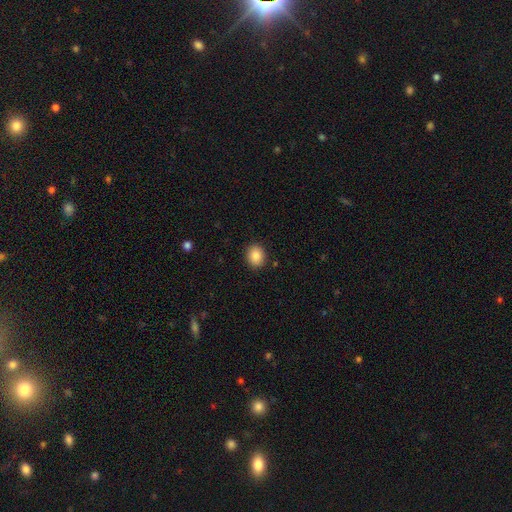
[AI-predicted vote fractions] The model was most divided on "how rounded": round: 57%, in between: 42%, cigar-shaped: 1%. More confident: merging — none (90%); smooth or featured — smooth (88%).